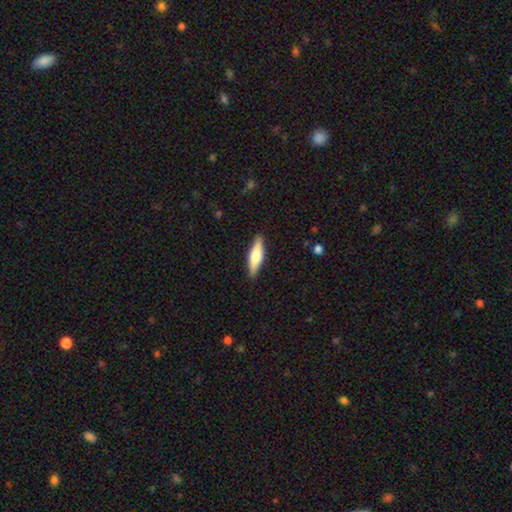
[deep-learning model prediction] smooth 53%, featured or disk 42%, star or artifact 5%. Down the decision tree: how rounded — cigar-shaped (62%); merging — none (89%).